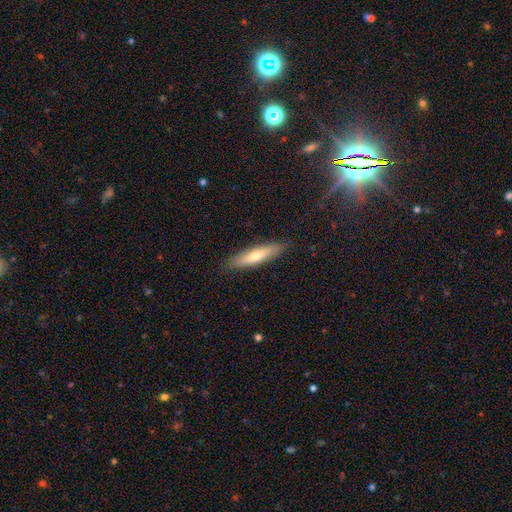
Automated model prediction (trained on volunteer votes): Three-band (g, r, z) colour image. It shows a smooth galaxy with no disk features (60%) that is cigar-shaped (80%). Merging: none (88%).